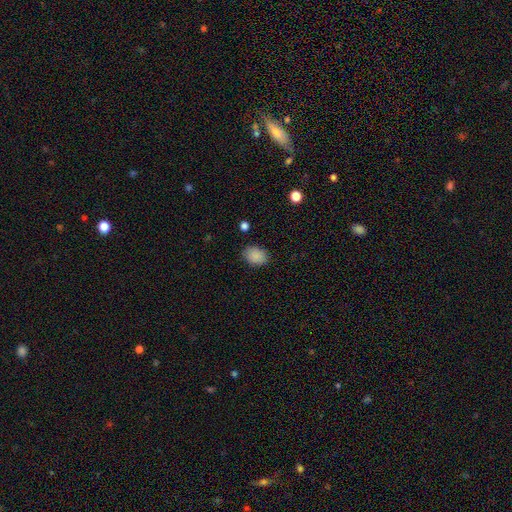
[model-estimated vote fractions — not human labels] Morphology: type=smooth (88%); roundness=in between (67%); merging=none (85%).